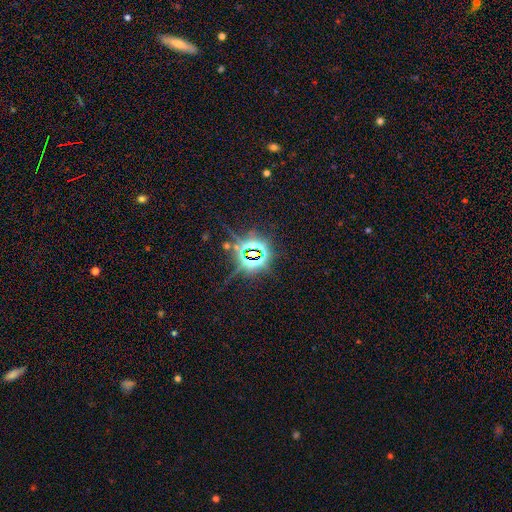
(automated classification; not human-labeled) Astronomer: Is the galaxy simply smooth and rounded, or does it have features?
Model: star or artifact — 83%.